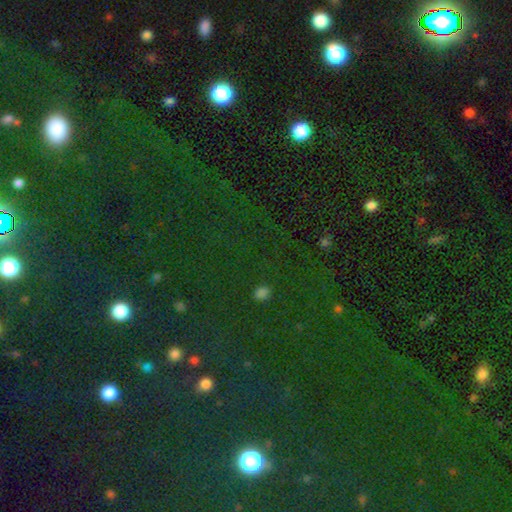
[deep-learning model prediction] Overall: star or artifact (75%).